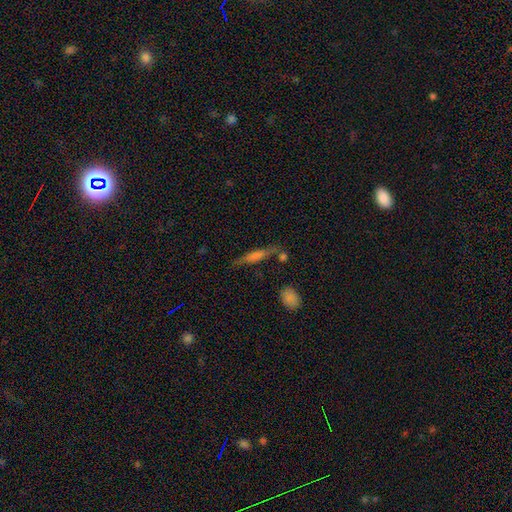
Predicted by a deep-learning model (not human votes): Smooth or featured?
  - featured or disk: 48% *
  - smooth: 41%
  - star or artifact: 11%
Merging?
  - none: 73% *
  - minor disturbance: 14%
  - merger: 8%
  - major disturbance: 5%